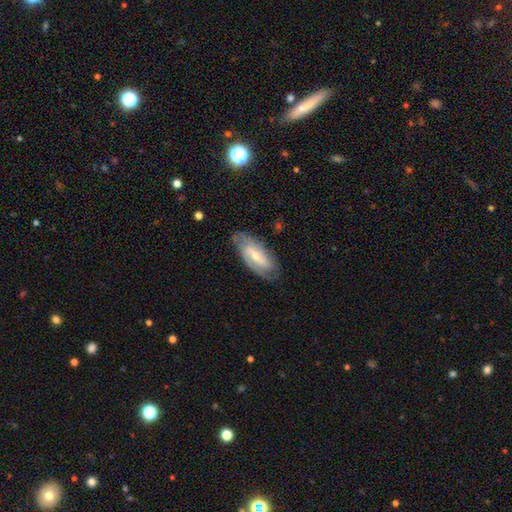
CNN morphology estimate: Smooth or featured?
  - featured or disk: 72% *
  - smooth: 22%
  - star or artifact: 6%
Edge-on disk?
  - no: 91% *
  - yes: 9%
Bar?
  - weak: 45% *
  - no: 29%
  - strong: 27%
Spiral arms?
  - yes: 88% *
  - no: 12%
Spiral winding?
  - medium: 41% *
  - tight: 40%
  - loose: 19%
Spiral arm count?
  - 2: 62% *
  - can't tell: 22%
  - 3: 7%
  - 1: 4%
  - 4: 2%
  - more than 4: 2%
Bulge size?
  - small: 56% *
  - moderate: 39%
  - large: 2%
  - none: 2%
  - dominant: 1%
Merging?
  - none: 74% *
  - minor disturbance: 19%
  - major disturbance: 5%
  - merger: 1%